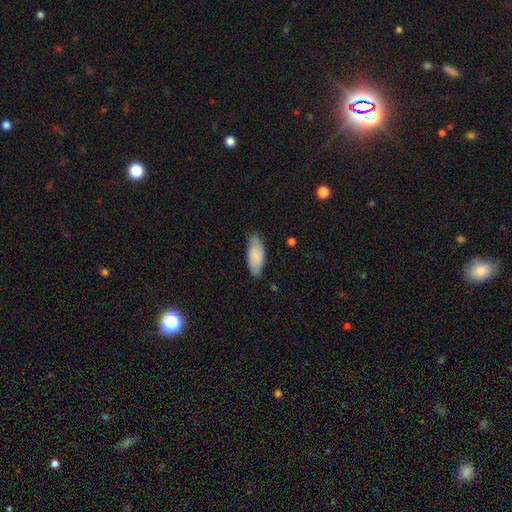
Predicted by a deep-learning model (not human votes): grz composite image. It shows a smooth galaxy with no disk features (85%) that is in between round and cigar-shaped (80%). Merging: none (75%).